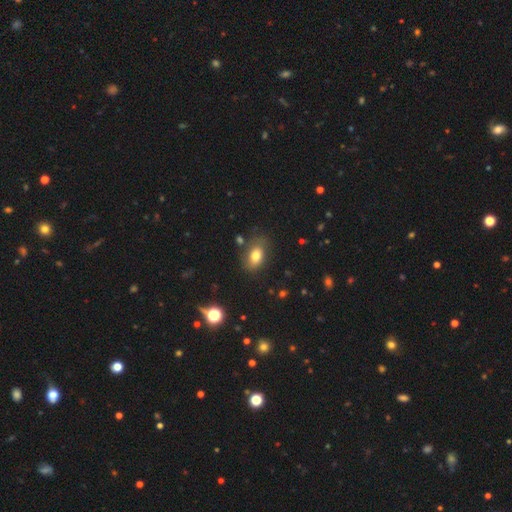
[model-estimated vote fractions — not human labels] A smooth galaxy with no disk features (77%) that is in between round and cigar-shaped (82%). Merging: none (73%).